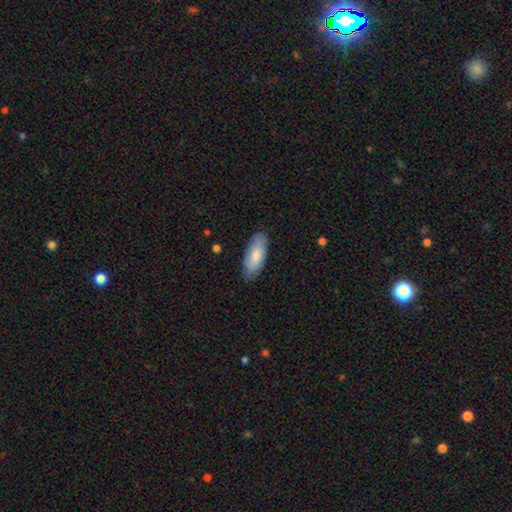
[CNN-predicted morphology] smooth 76%, featured or disk 19%, star or artifact 5%. Down the decision tree: how rounded — in between (82%); merging — none (80%).